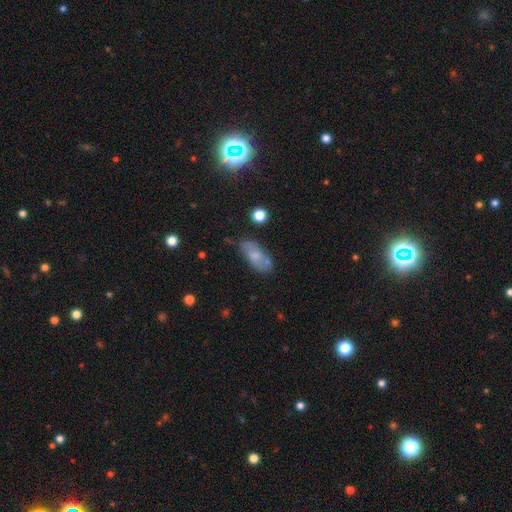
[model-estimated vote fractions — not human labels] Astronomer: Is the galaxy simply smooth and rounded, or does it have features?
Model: smooth — 61%.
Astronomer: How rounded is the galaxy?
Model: in between — 82%.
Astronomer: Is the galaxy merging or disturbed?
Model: none — 62%.